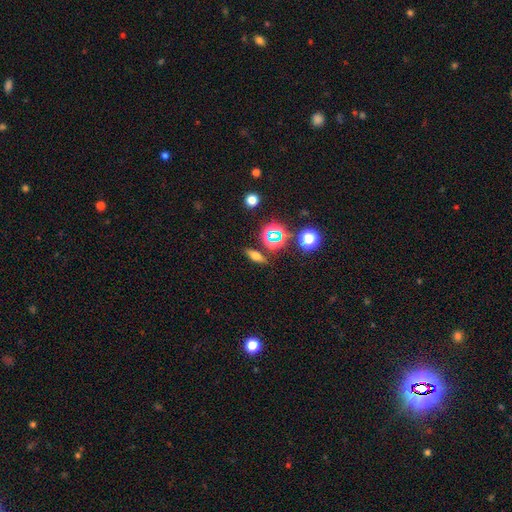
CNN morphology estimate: type=smooth (55%); roundness=in between (51%); merging=none (83%).